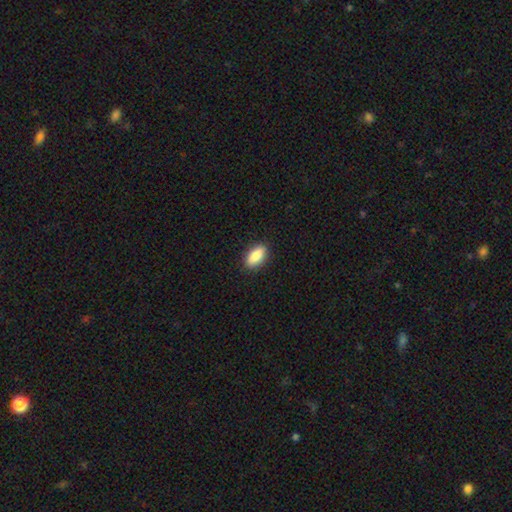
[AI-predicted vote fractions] This appears to be a smooth galaxy with no disk features (85%) that is in between round and cigar-shaped (85%). Merging: none (89%).